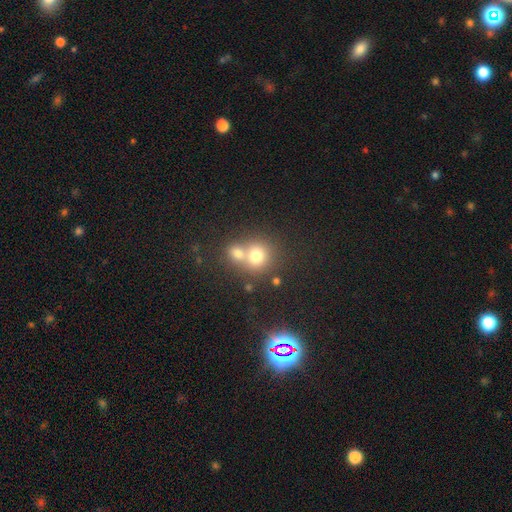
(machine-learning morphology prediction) A smooth galaxy with no disk features (73%) that is round (82%). Merging: merger (54%).